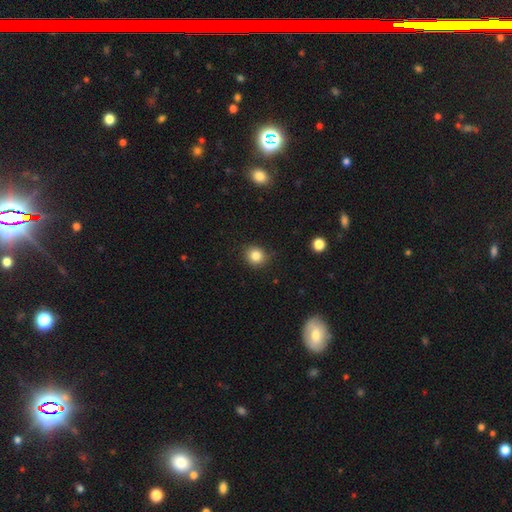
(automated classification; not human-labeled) Morphology: type=smooth (84%); roundness=round (84%); merging=none (87%).